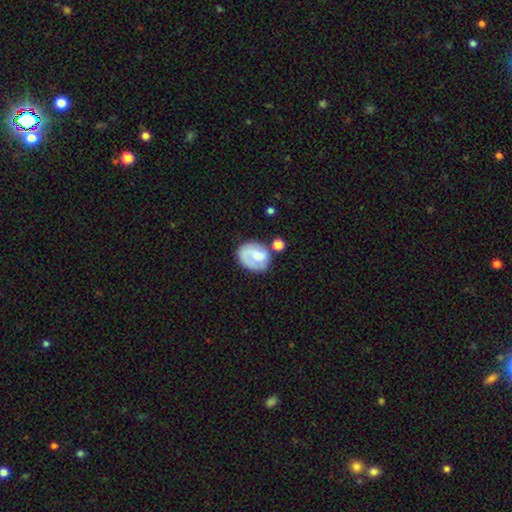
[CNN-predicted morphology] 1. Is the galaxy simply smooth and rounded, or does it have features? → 57% smooth, 35% featured or disk, 7% star or artifact.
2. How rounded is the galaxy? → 51% round, 48% in between, 1% cigar-shaped.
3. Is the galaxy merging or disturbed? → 53% none, 23% minor disturbance, 12% merger, 12% major disturbance.